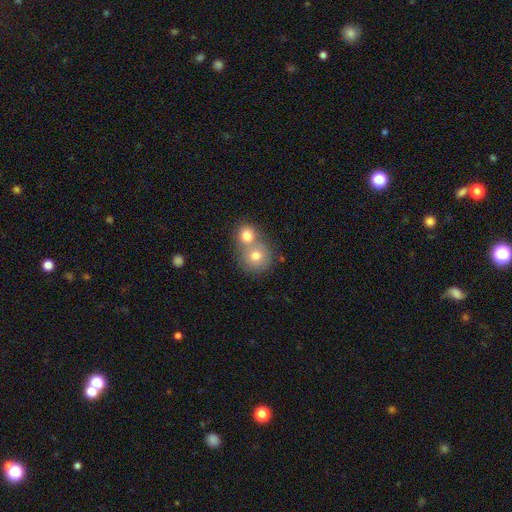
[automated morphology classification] Smooth or featured: smooth — 75% (featured or disk — 15%)
How rounded: round — 85% (in between — 14%)
Merging: merger — 57% (none — 35%)